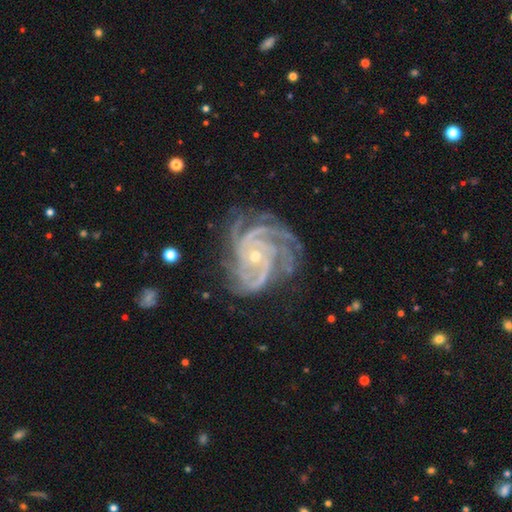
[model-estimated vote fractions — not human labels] Smooth or featured: featured or disk — 92% (star or artifact — 5%)
Edge-on disk: no — 98% (yes — 2%)
Bar: no — 70% (weak — 21%)
Spiral arms: yes — 99% (no — 1%)
Spiral winding: tight — 67% (medium — 29%)
Spiral arm count: 4 — 34% (3 — 25%)
Bulge size: small — 66% (moderate — 31%)
Merging: none — 68% (minor disturbance — 20%)